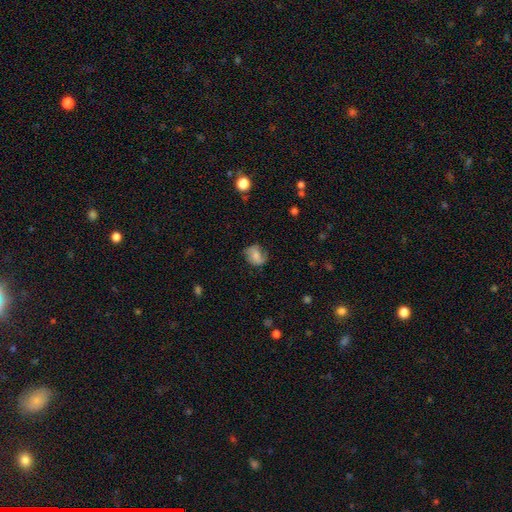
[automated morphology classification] The model was most divided on "how rounded": round: 53%, in between: 46%, cigar-shaped: 1%. More confident: merging — none (64%); smooth or featured — smooth (54%).